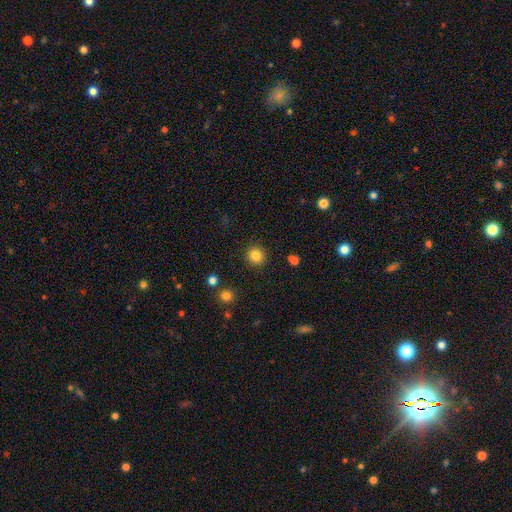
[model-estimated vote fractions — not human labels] The model was most divided on "smooth or featured": smooth: 83%, star or artifact: 11%, featured or disk: 5%. More confident: how rounded — round (92%); merging — none (90%).